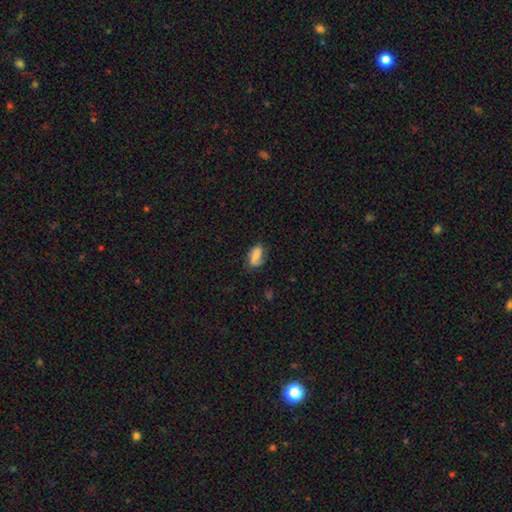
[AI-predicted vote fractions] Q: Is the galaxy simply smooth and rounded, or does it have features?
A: smooth — 66%.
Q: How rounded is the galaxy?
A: in between — 88%.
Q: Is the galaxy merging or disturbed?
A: none — 58%.